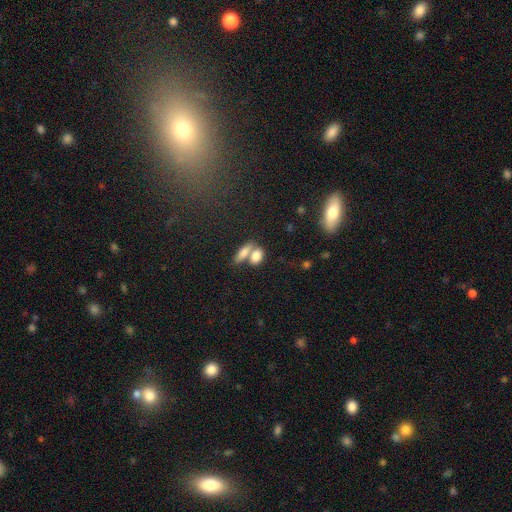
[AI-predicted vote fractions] Q: Smooth or featured?
A: smooth (79%); runner-up: featured or disk (12%)
Q: How rounded?
A: in between (78%); runner-up: round (11%)
Q: Merging?
A: merger (52%); runner-up: none (35%)